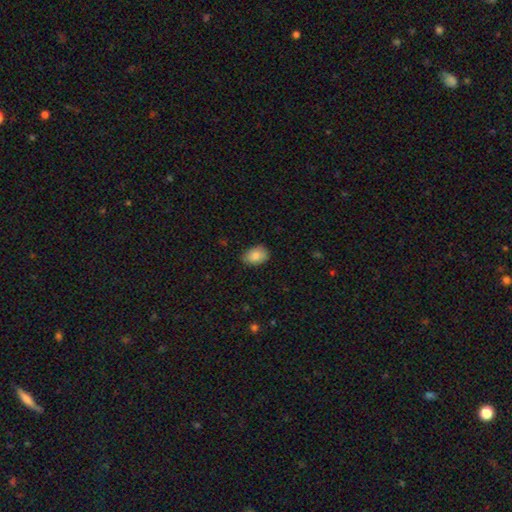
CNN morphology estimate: Smooth or featured: smooth — 86% (star or artifact — 7%)
How rounded: in between — 83% (round — 16%)
Merging: none — 78% (minor disturbance — 18%)